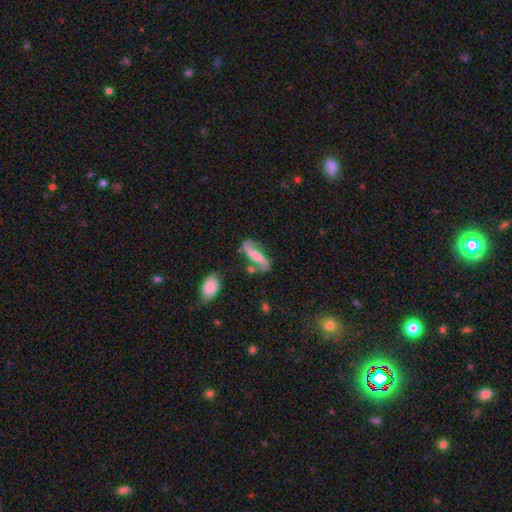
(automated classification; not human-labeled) A featured or disk galaxy (78%) with no bar (37%), 2 (92%) loose (65%) spiral arms (94%) and a moderate central bulge (39%).

Vote fractions:
- Smooth or featured? featured or disk: 78% / smooth: 16% / star or artifact: 6%
- Edge-on disk? no: 89% / yes: 11%
- Bar? no: 37% / strong: 33% / weak: 30%
- Spiral arms? yes: 94% / no: 6%
- Spiral winding? loose: 65% / medium: 26% / tight: 9%
- Spiral arm count? 2: 92% / can't tell: 3% / 1: 3% / 3: 1% / 4: 1% / more than 4: 1%
- Bulge size? moderate: 39% / small: 33% / none: 15% / large: 10% / dominant: 2%
- Merging? none: 65% / minor disturbance: 18% / major disturbance: 9% / merger: 8%